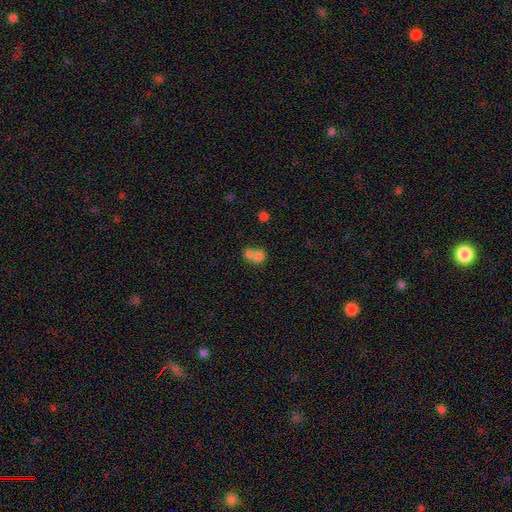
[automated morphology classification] A smooth galaxy with no disk features (73%) that is round (61%).

Vote fractions:
- Smooth or featured? smooth: 73% / featured or disk: 16% / star or artifact: 11%
- How rounded? round: 61% / in between: 38% / cigar-shaped: 1%
- Merging? merger: 69% / none: 22% / minor disturbance: 6% / major disturbance: 4%